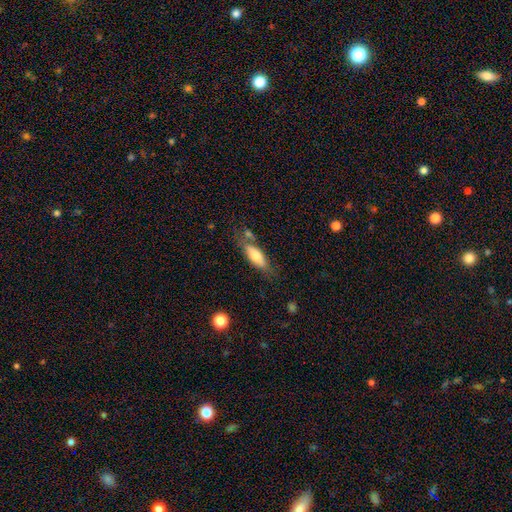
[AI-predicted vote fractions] Smooth or featured?
  - smooth: 68% *
  - featured or disk: 26%
  - star or artifact: 6%
How rounded?
  - in between: 62% *
  - cigar-shaped: 36%
  - round: 2%
Merging?
  - none: 59% *
  - minor disturbance: 21%
  - merger: 12%
  - major disturbance: 8%